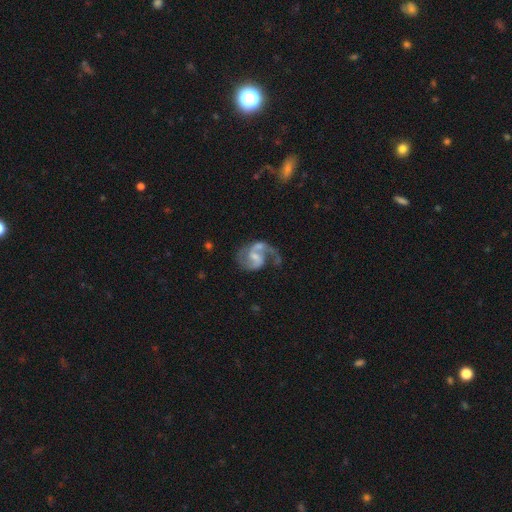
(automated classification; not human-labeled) featured or disk 86%, smooth 9%, star or artifact 5%. Down the decision tree: edge-on disk — no (98%); bar — weak (51%); spiral arms — yes (95%); spiral arm count — 2 (73%); spiral winding — medium (50%); bulge size — small (49%); merging — none (44%).